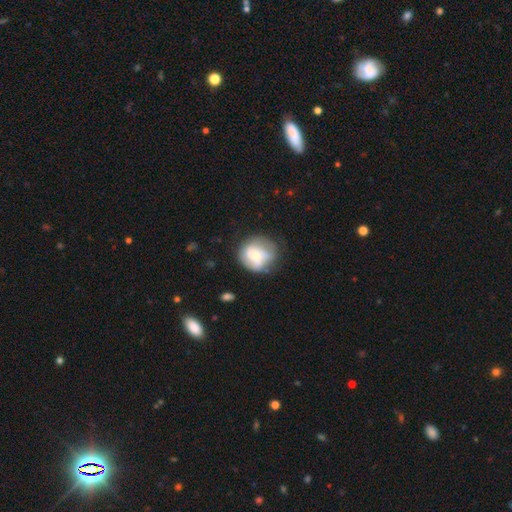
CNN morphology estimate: This appears to be a smooth galaxy with no disk features (48%). Merging: none (54%).